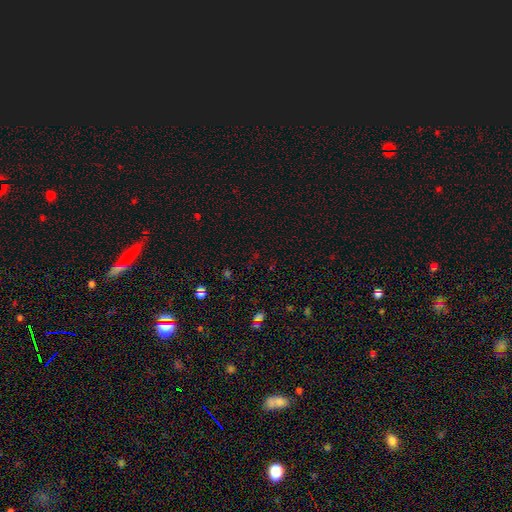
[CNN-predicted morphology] Smooth or featured? star or artifact (62%)